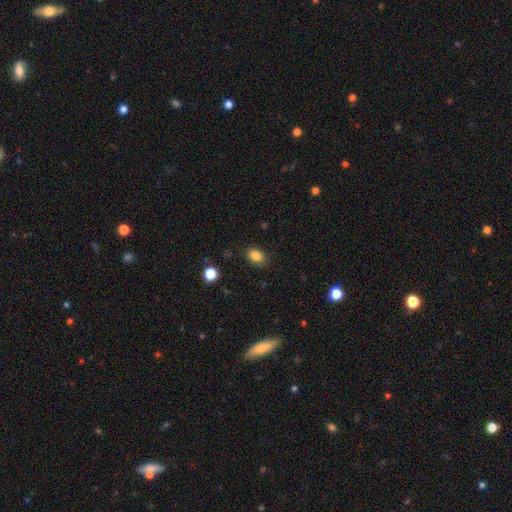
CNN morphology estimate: Smooth or featured? smooth (84%)
How rounded? in between (71%)
Merging? none (84%)